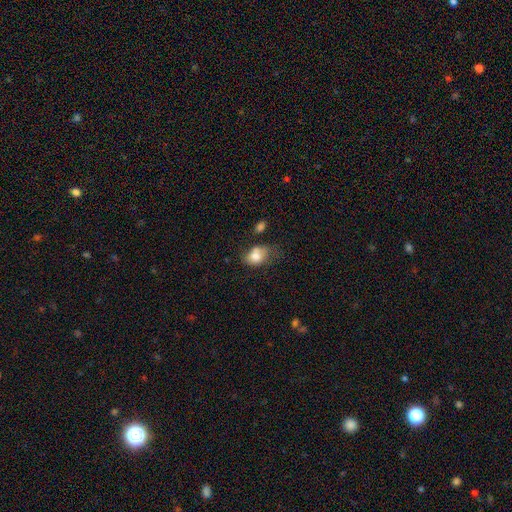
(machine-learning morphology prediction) Smooth or featured?
  - smooth: 75% *
  - featured or disk: 16%
  - star or artifact: 9%
How rounded?
  - in between: 75% *
  - round: 23%
  - cigar-shaped: 1%
Merging?
  - none: 33% *
  - minor disturbance: 31%
  - merger: 18%
  - major disturbance: 18%